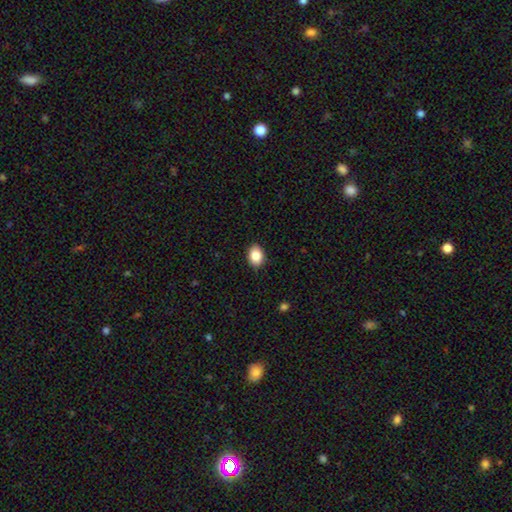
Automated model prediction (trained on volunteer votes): Morphology: type=smooth (86%); roundness=in between (71%); merging=none (89%).